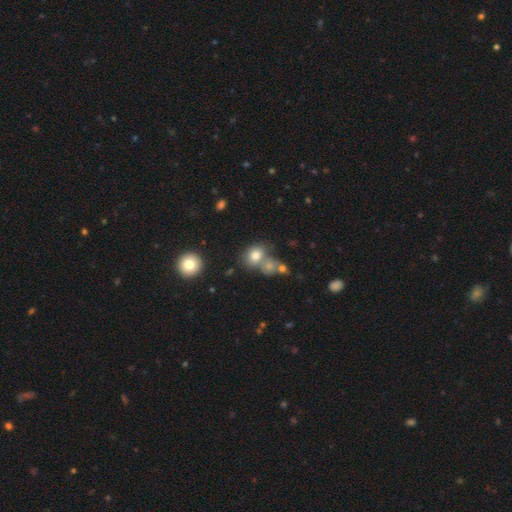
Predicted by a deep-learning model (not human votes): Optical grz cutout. It shows a smooth galaxy with no disk features (77%) that is round (55%). Merging: none (49%).